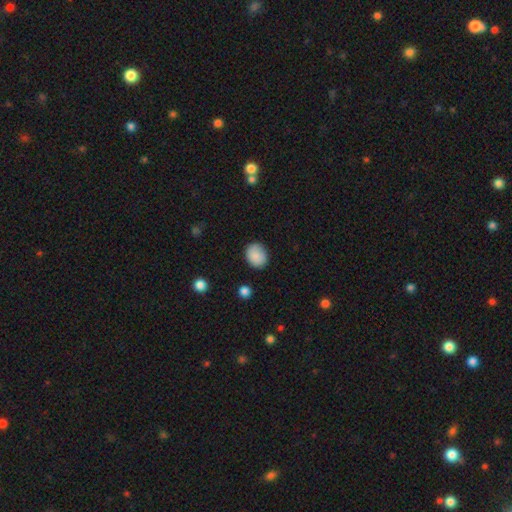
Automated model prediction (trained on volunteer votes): Smooth or featured?
  - smooth: 88% *
  - star or artifact: 8%
  - featured or disk: 4%
How rounded?
  - round: 54% *
  - in between: 45%
  - cigar-shaped: 1%
Merging?
  - none: 84% *
  - minor disturbance: 12%
  - major disturbance: 3%
  - merger: 1%